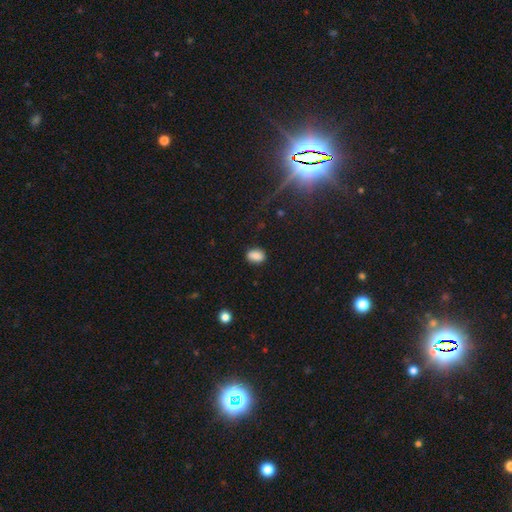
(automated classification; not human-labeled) smooth-or-featured: smooth: 85% | star or artifact: 9% | featured or disk: 6%
  how-rounded: in between: 80% | round: 18% | cigar-shaped: 2%
  merging: none: 82% | minor disturbance: 14% | major disturbance: 3% | merger: 2%